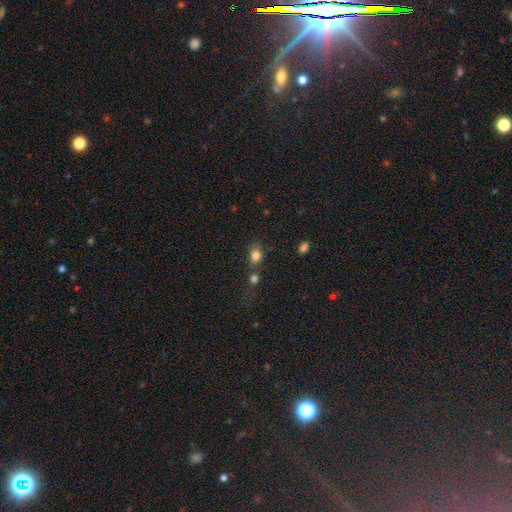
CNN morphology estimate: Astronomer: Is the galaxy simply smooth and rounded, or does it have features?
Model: smooth — 81%.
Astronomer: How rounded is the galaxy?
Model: in between — 67%.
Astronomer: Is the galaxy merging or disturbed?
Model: none — 56%.